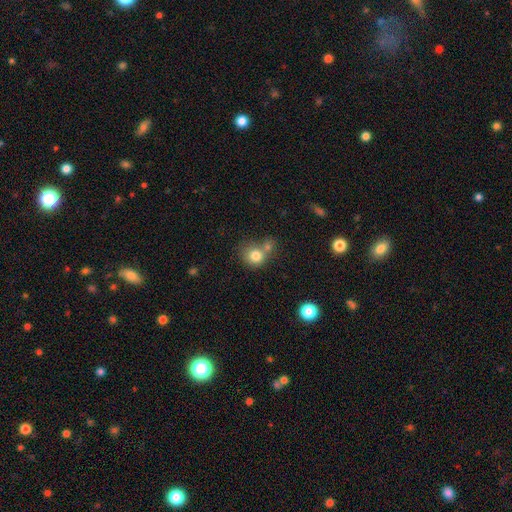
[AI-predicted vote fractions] Smooth or featured: smooth — 78% (featured or disk — 11%)
How rounded: round — 79% (in between — 20%)
Merging: merger — 42% (none — 41%)